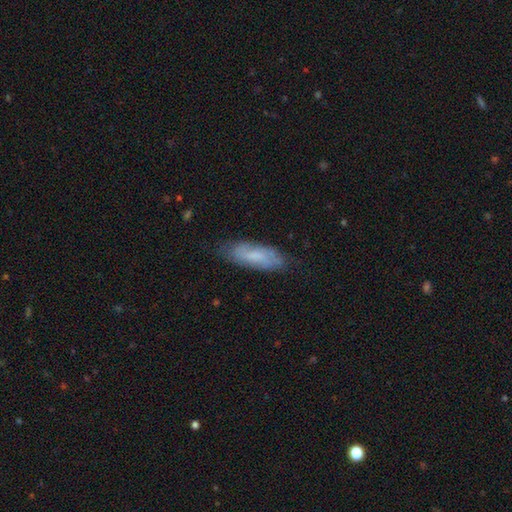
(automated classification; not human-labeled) smooth-or-featured: smooth: 56% | featured or disk: 36% | star or artifact: 7%
  how-rounded: in between: 63% | cigar-shaped: 35% | round: 2%
  merging: none: 72% | minor disturbance: 22% | major disturbance: 5% | merger: 1%